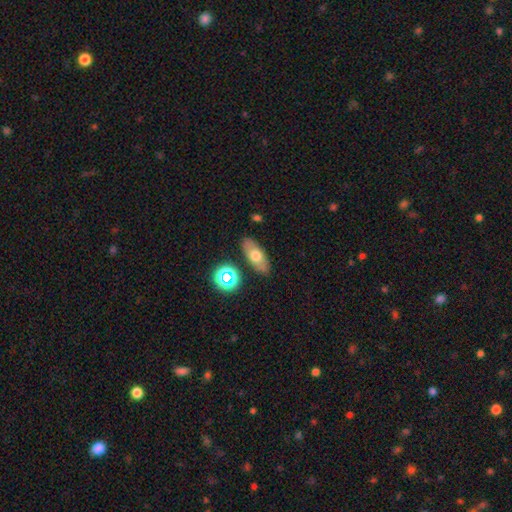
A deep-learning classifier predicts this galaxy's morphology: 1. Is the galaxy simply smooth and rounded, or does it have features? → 62% smooth, 27% featured or disk, 11% star or artifact.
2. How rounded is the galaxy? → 78% in between, 13% cigar-shaped, 8% round.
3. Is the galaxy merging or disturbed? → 84% none, 11% minor disturbance, 3% merger, 3% major disturbance.